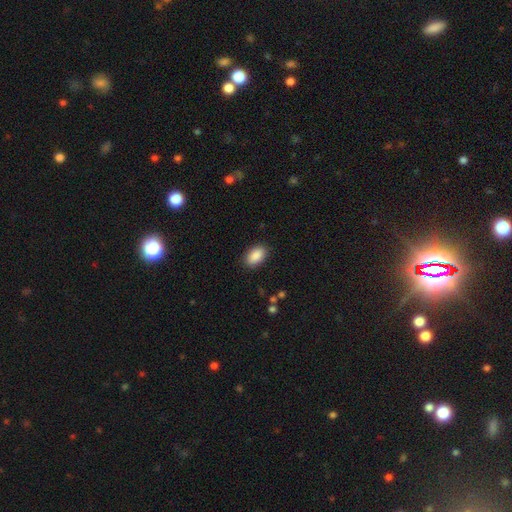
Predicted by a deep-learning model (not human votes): The model was most divided on "merging": none: 88%, minor disturbance: 9%, major disturbance: 2%, merger: 1%. More confident: how rounded — in between (93%); smooth or featured — smooth (89%).